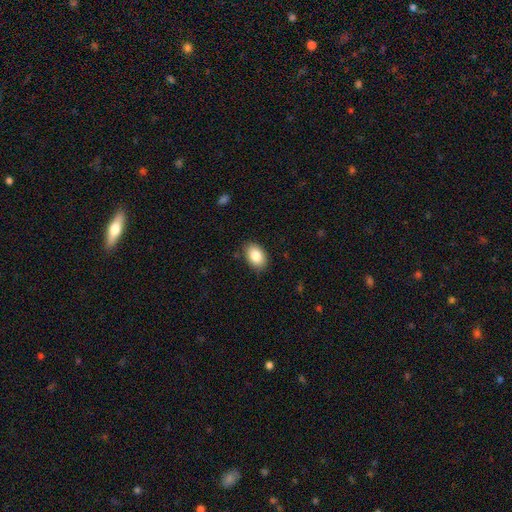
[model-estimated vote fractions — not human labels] A smooth galaxy with no disk features (85%) that is in between round and cigar-shaped (85%).

Vote fractions:
- Smooth or featured? smooth: 85% / featured or disk: 8% / star or artifact: 8%
- How rounded? in between: 85% / round: 14% / cigar-shaped: 1%
- Merging? none: 84% / minor disturbance: 13% / major disturbance: 2% / merger: 1%